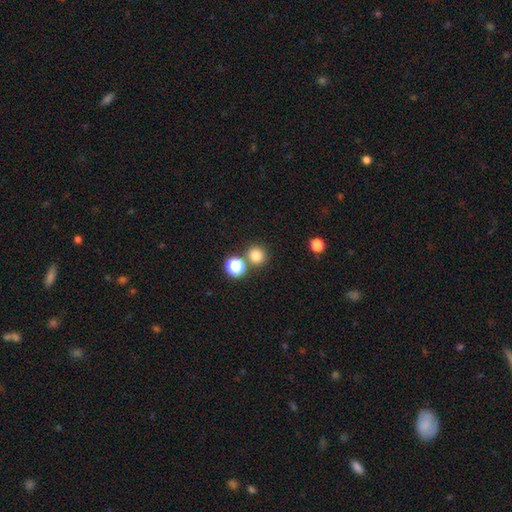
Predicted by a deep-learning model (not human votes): A smooth galaxy with no disk features (79%) that is round (93%).

Vote fractions:
- Smooth or featured? smooth: 79% / star or artifact: 16% / featured or disk: 5%
- How rounded? round: 93% / in between: 7% / cigar-shaped: 1%
- Merging? none: 76% / merger: 14% / minor disturbance: 7% / major disturbance: 3%